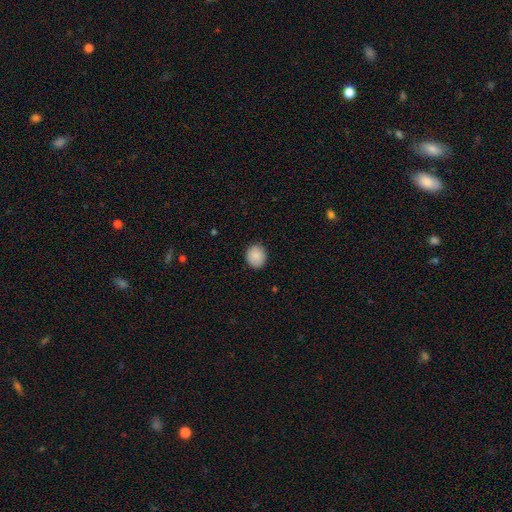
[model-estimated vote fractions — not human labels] Smooth or featured?
  - smooth: 88% *
  - star or artifact: 8%
  - featured or disk: 4%
How rounded?
  - round: 75% *
  - in between: 24%
  - cigar-shaped: 1%
Merging?
  - none: 87% *
  - minor disturbance: 10%
  - major disturbance: 2%
  - merger: 1%